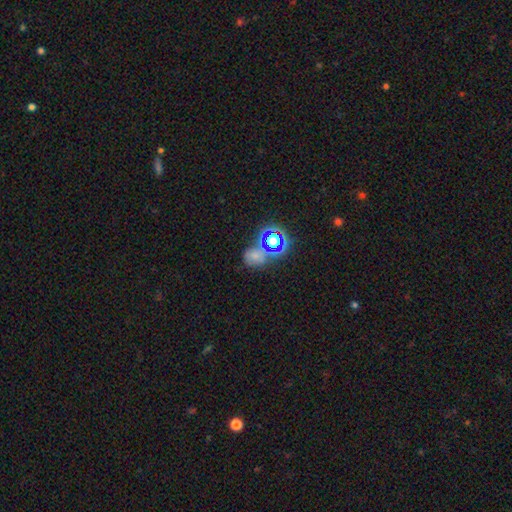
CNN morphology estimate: Smooth or featured: smooth — 47% (star or artifact — 38%)
Merging: none — 47% (merger — 26%)